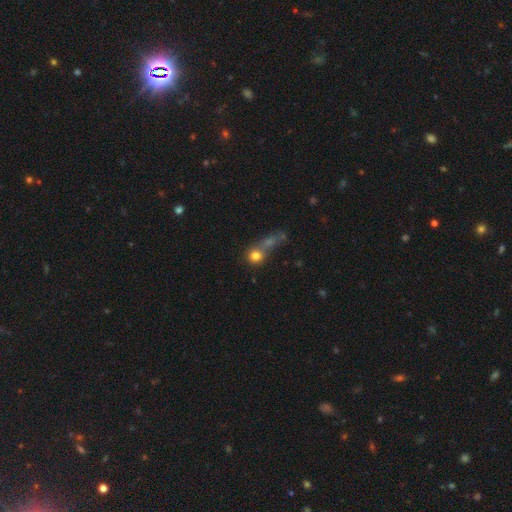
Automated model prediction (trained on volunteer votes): A smooth galaxy with no disk features (75%) that is round (84%).

Vote fractions:
- Smooth or featured? smooth: 75% / star or artifact: 13% / featured or disk: 12%
- How rounded? round: 84% / in between: 13% / cigar-shaped: 3%
- Merging? merger: 42% / none: 38% / minor disturbance: 10% / major disturbance: 10%